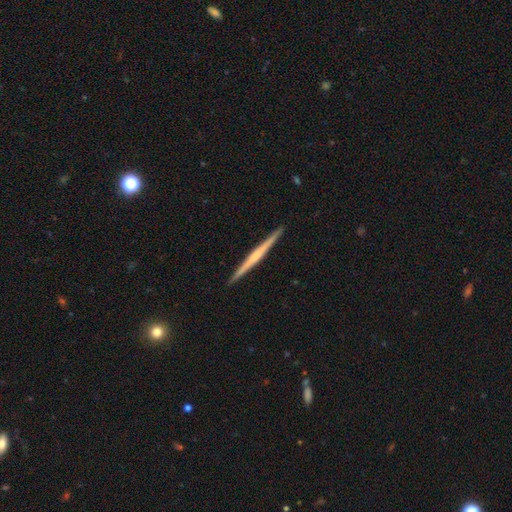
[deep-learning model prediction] The model was most divided on "edge-on bulge": rounded: 44%, none: 43%, boxy: 13%. More confident: edge-on disk — yes (99%); merging — none (93%); smooth or featured — featured or disk (70%).